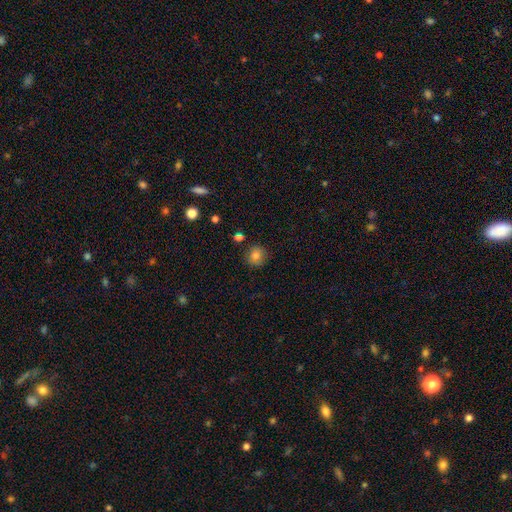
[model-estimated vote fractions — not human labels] This is clearly a smooth galaxy (81%). How rounded: clearly round (90%). Merging: clearly none (86%).